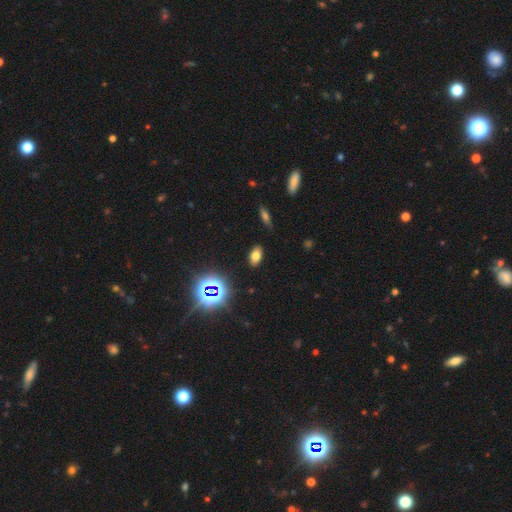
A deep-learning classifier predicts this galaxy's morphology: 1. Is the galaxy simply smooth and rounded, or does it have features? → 68% smooth, 21% star or artifact, 11% featured or disk.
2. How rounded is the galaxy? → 89% in between, 8% round, 3% cigar-shaped.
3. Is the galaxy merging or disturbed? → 87% none, 9% minor disturbance, 2% major disturbance, 1% merger.